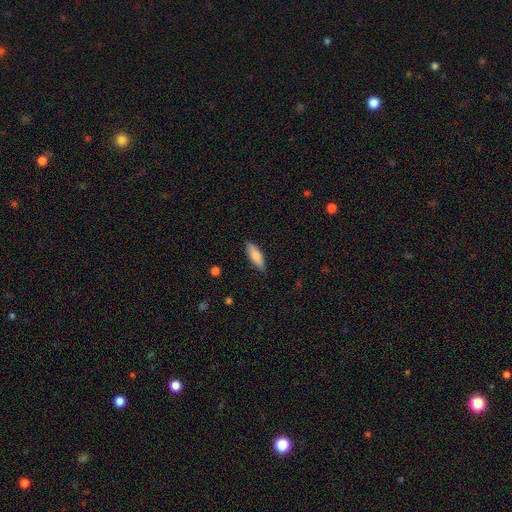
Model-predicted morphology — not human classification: Smooth or featured? Predicted: smooth (p=0.80). How rounded? Predicted: in between (p=0.53). Merging? Predicted: none (p=0.87).